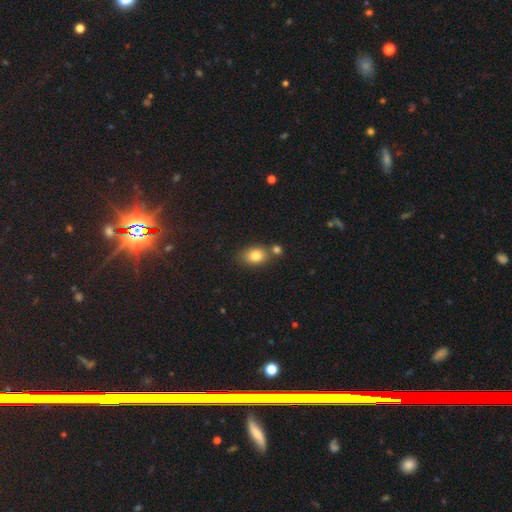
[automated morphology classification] A smooth galaxy with no disk features (81%) that is in between round and cigar-shaped (64%).

Vote fractions:
- Smooth or featured? smooth: 81% / star or artifact: 10% / featured or disk: 9%
- How rounded? in between: 64% / round: 35% / cigar-shaped: 1%
- Merging? none: 63% / merger: 22% / minor disturbance: 12% / major disturbance: 3%